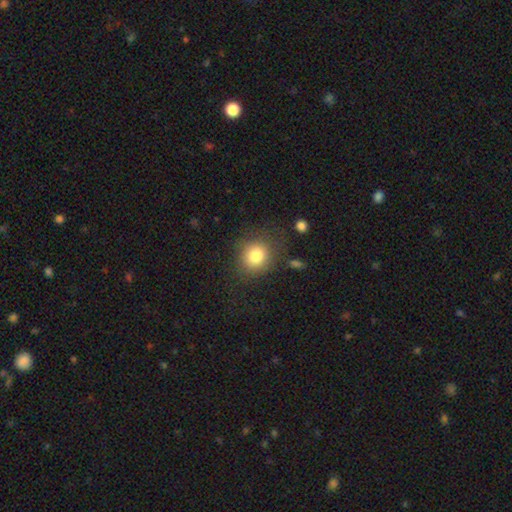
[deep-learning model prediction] smooth-or-featured: smooth: 80% | star or artifact: 11% | featured or disk: 9%
  how-rounded: round: 79% | in between: 20% | cigar-shaped: 1%
  merging: none: 76% | minor disturbance: 14% | major disturbance: 7% | merger: 3%